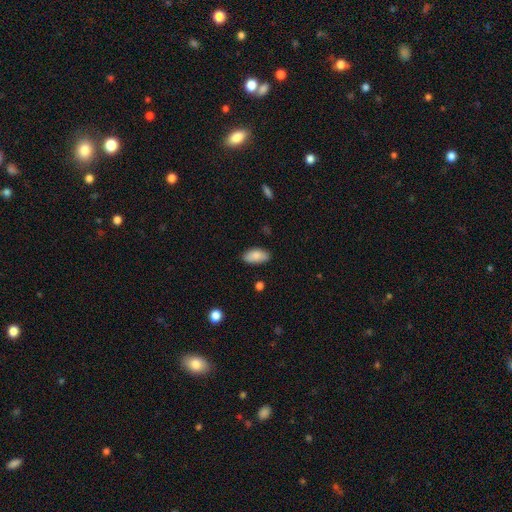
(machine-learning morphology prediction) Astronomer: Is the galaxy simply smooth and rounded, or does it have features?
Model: smooth — 86%.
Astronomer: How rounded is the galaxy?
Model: in between — 93%.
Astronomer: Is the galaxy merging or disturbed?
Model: none — 84%.